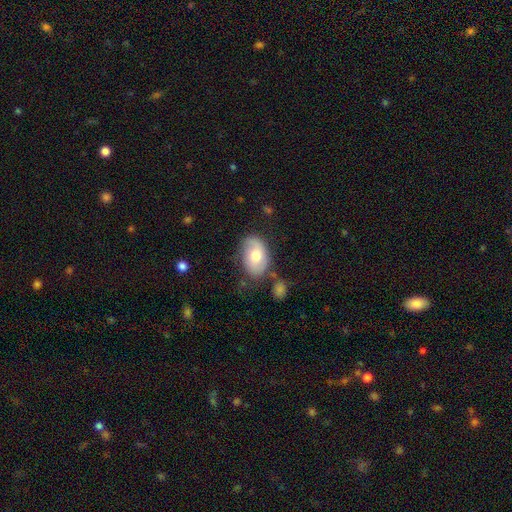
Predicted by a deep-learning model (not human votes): smooth-or-featured: smooth: 63% | featured or disk: 31% | star or artifact: 7%
  how-rounded: in between: 87% | round: 12% | cigar-shaped: 1%
  merging: none: 68% | minor disturbance: 21% | major disturbance: 6% | merger: 5%